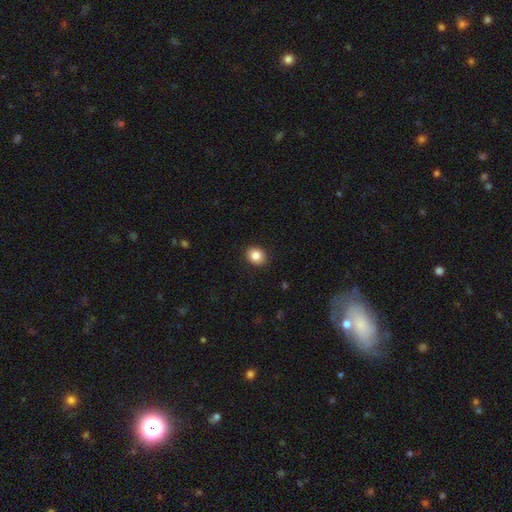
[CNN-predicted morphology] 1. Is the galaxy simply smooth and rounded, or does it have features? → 85% smooth, 9% star or artifact, 6% featured or disk.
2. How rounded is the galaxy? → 62% round, 37% in between, 1% cigar-shaped.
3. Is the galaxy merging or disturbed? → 91% none, 7% minor disturbance, 2% major disturbance, 1% merger.